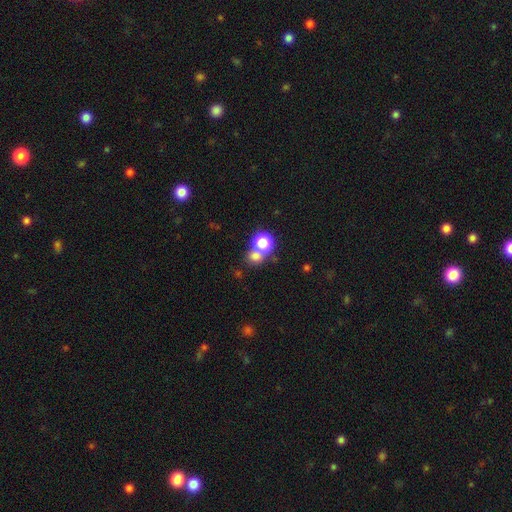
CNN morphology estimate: smooth-or-featured: smooth: 71% | star or artifact: 19% | featured or disk: 10%
  how-rounded: round: 77% | in between: 22% | cigar-shaped: 1%
  merging: none: 47% | merger: 43% | minor disturbance: 7% | major disturbance: 4%